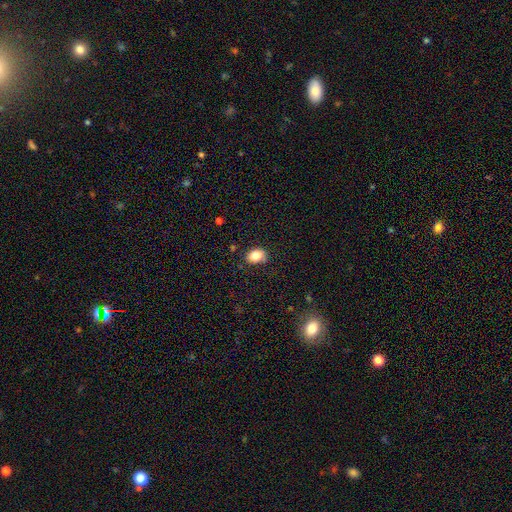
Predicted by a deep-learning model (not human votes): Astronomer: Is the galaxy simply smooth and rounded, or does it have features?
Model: smooth — 84%.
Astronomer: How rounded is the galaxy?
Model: in between — 72%.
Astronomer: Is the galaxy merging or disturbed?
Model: none — 77%.